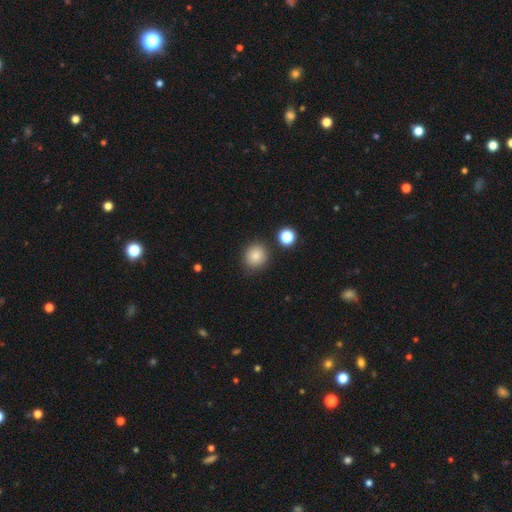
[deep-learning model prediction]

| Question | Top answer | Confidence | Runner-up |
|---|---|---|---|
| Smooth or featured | smooth | 83% | star or artifact (11%) |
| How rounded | round | 87% | in between (12%) |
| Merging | none | 84% | minor disturbance (9%) |